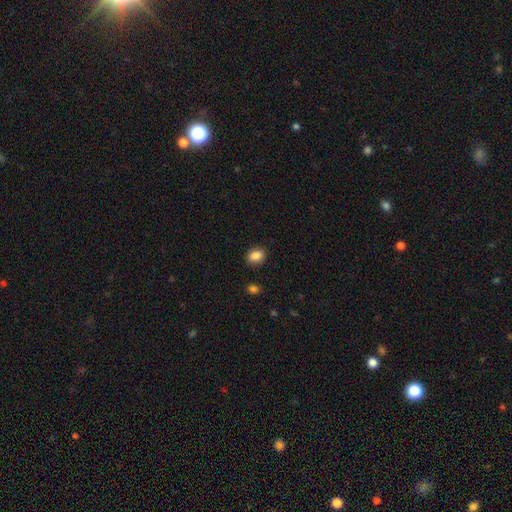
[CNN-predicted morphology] type=smooth (87%); roundness=in between (66%); merging=none (88%).